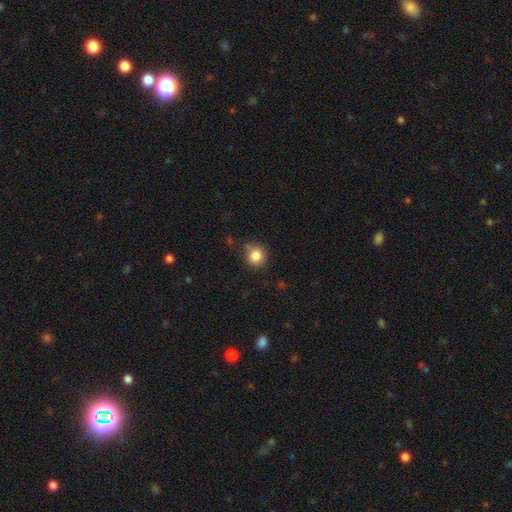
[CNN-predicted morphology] A smooth galaxy with no disk features (85%) that is round (86%).

Vote fractions:
- Smooth or featured? smooth: 85% / star or artifact: 10% / featured or disk: 5%
- How rounded? round: 86% / in between: 13% / cigar-shaped: 1%
- Merging? none: 76% / minor disturbance: 18% / major disturbance: 4% / merger: 2%